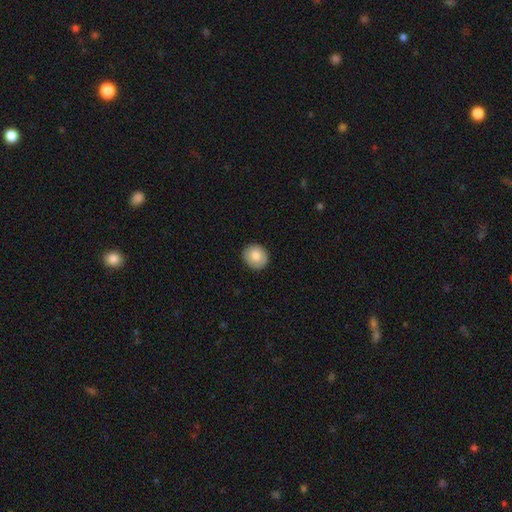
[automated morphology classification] Overall: smooth (81%). How rounded: round (84%). Merging: none (90%).